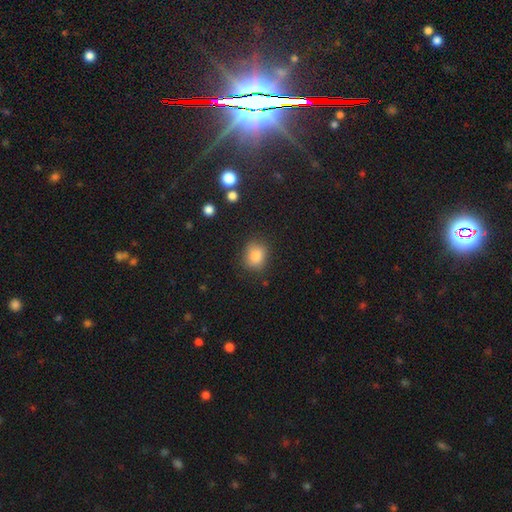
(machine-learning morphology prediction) A smooth galaxy with no disk features (82%) that is round (65%). Merging: none (81%).